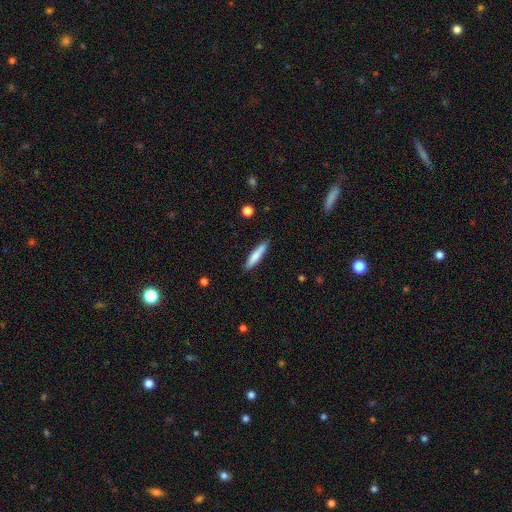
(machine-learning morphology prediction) This appears to be a smooth galaxy with no disk features (73%) that is cigar-shaped (88%). Merging: none (88%).